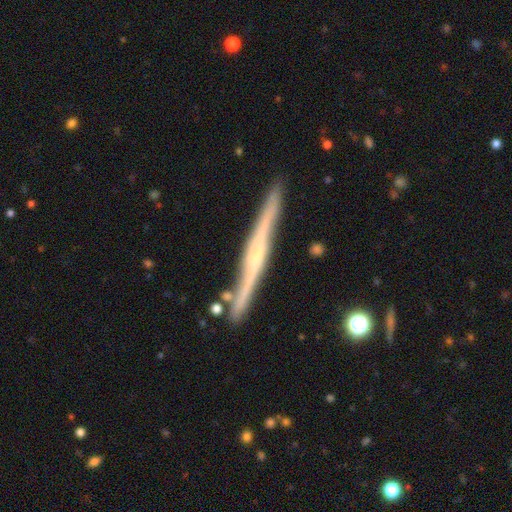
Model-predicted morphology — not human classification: This appears to be a featured or disk galaxy (76%) viewed edge-on (97%) with a rounded central bulge (54%). Merging: none (85%).